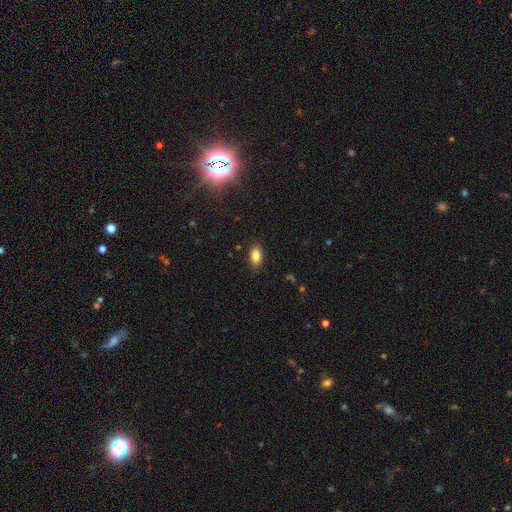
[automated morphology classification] A smooth galaxy with no disk features (85%) that is in between round and cigar-shaped (90%). Merging: none (85%).